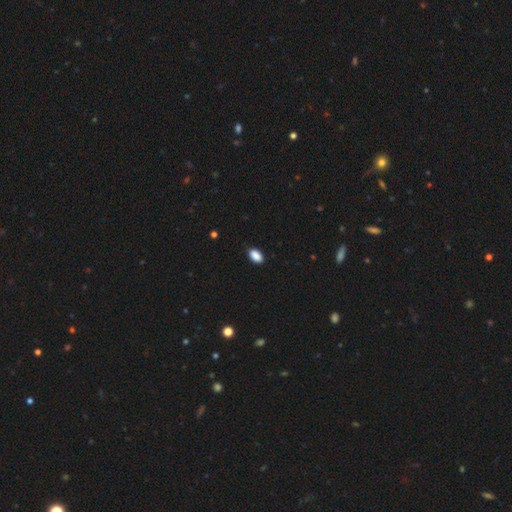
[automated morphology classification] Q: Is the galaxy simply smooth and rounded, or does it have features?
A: smooth — 89%.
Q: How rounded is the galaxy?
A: in between — 92%.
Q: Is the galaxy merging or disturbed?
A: none — 87%.